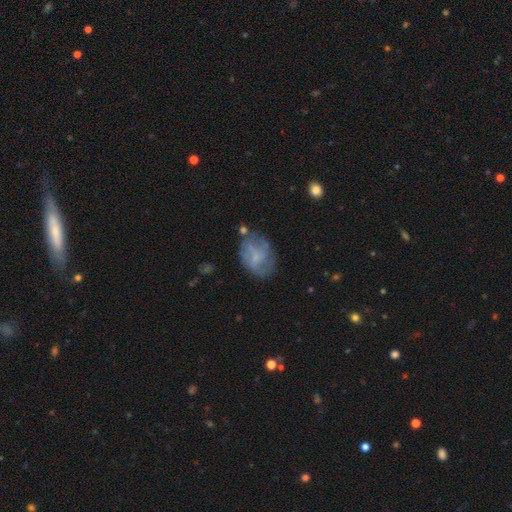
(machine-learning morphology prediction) Overall: featured or disk (55%; smooth 36%). Edge-on disk: no (97%). Bar: no (61%; weak 34%). Spiral arms: yes (62%; no 38%). Bulge size: small (46%; none 34%). Merging: none (56%; minor disturbance 24%).